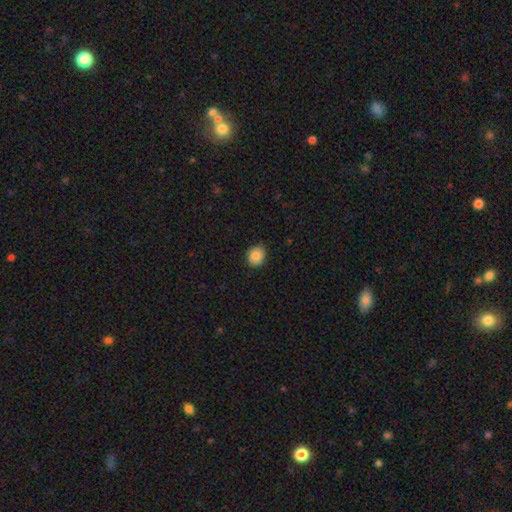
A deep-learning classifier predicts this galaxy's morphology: Smooth or featured? Predicted: smooth (p=0.85). How rounded? Predicted: round (p=0.67). Merging? Predicted: none (p=0.87).